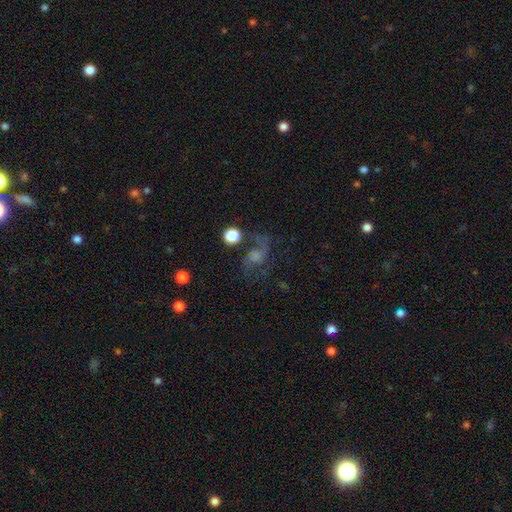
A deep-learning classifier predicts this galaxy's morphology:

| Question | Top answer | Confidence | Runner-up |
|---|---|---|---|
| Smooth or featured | featured or disk | 64% | star or artifact (19%) |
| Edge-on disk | no | 97% | yes (3%) |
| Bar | no | 60% | weak (34%) |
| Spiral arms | yes | 90% | no (10%) |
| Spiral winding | loose | 57% | medium (36%) |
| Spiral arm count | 2 | 84% | can't tell (6%) |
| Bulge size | moderate | 37% | small (30%) |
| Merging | none | 60% | major disturbance (18%) |